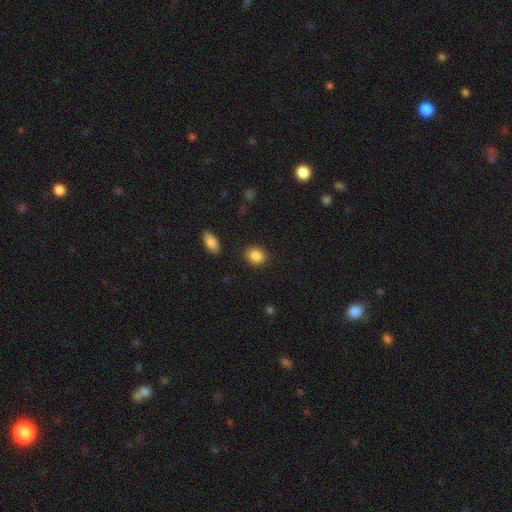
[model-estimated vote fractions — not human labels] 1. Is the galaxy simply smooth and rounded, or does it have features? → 88% smooth, 8% star or artifact, 4% featured or disk.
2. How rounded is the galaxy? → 59% round, 40% in between, 1% cigar-shaped.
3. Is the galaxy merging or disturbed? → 88% none, 8% minor disturbance, 3% major disturbance, 2% merger.